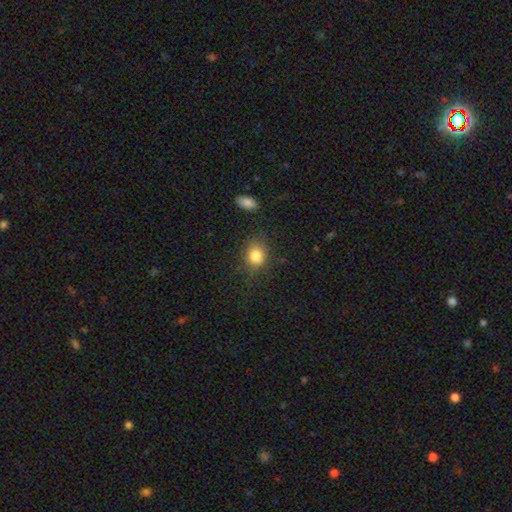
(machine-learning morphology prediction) smooth_or_featured: smooth (p=0.83) [alt: star or artifact p=0.10]
how_rounded: round (p=0.52) [alt: in between p=0.47]
merging: none (p=0.75) [alt: minor disturbance p=0.17]